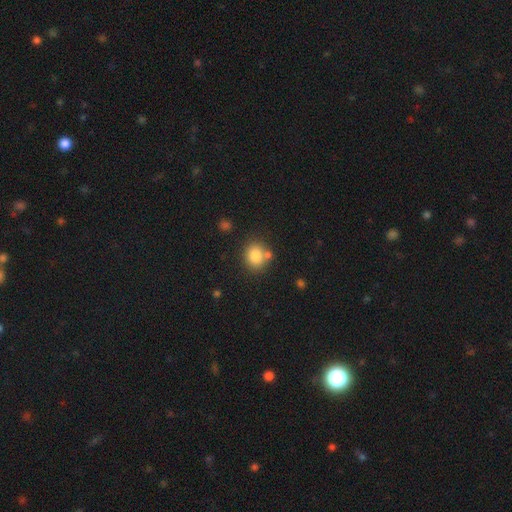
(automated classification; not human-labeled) smooth 84%, star or artifact 10%, featured or disk 6%. Down the decision tree: how rounded — round (72%); merging — none (69%).